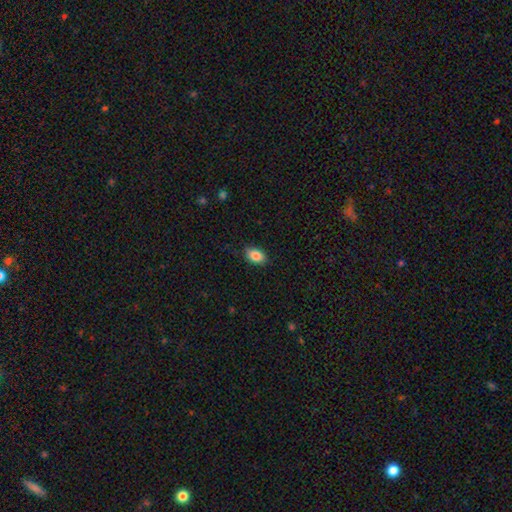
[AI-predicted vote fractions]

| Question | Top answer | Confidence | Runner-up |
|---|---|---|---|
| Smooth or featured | smooth | 86% | star or artifact (8%) |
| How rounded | in between | 88% | round (11%) |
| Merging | none | 86% | minor disturbance (11%) |